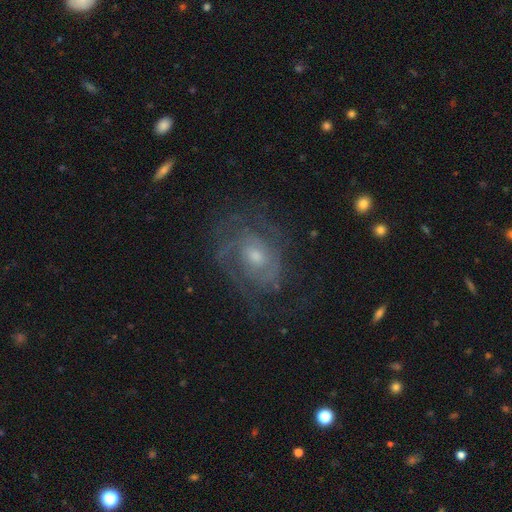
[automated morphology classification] Q: Smooth or featured?
A: featured or disk (81%); runner-up: smooth (12%)
Q: Edge-on disk?
A: no (97%); runner-up: yes (3%)
Q: Bar?
A: no (67%); runner-up: weak (28%)
Q: Spiral arms?
A: yes (90%); runner-up: no (10%)
Q: Spiral winding?
A: tight (53%); runner-up: medium (36%)
Q: Spiral arm count?
A: can't tell (36%); runner-up: 2 (33%)
Q: Bulge size?
A: moderate (48%); runner-up: small (45%)
Q: Merging?
A: none (63%); runner-up: minor disturbance (19%)